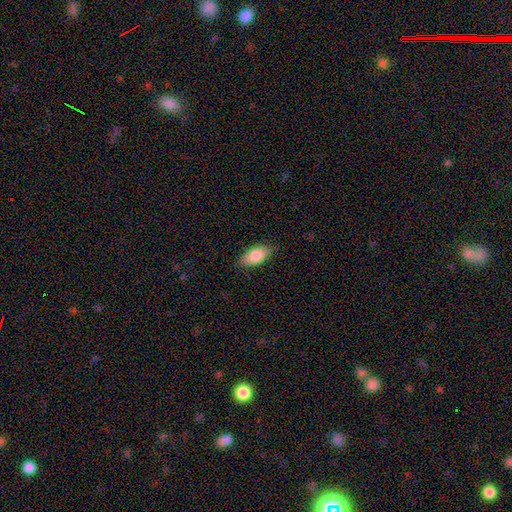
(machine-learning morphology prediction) This appears to be a smooth galaxy with no disk features (84%) that is in between round and cigar-shaped (90%). Merging: none (83%).